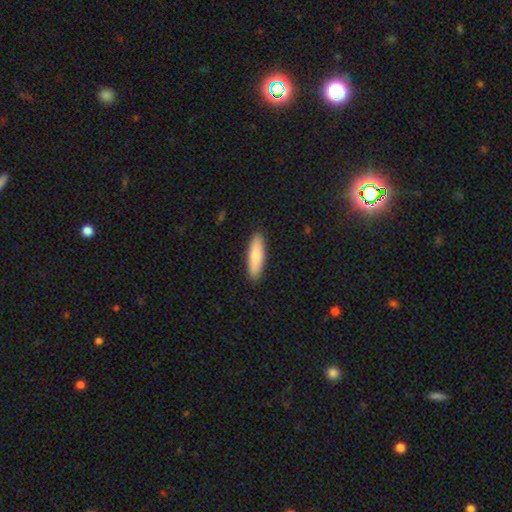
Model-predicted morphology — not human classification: Smooth or featured: smooth — 83% (featured or disk — 12%)
How rounded: cigar-shaped — 62% (in between — 36%)
Merging: none — 90% (minor disturbance — 8%)